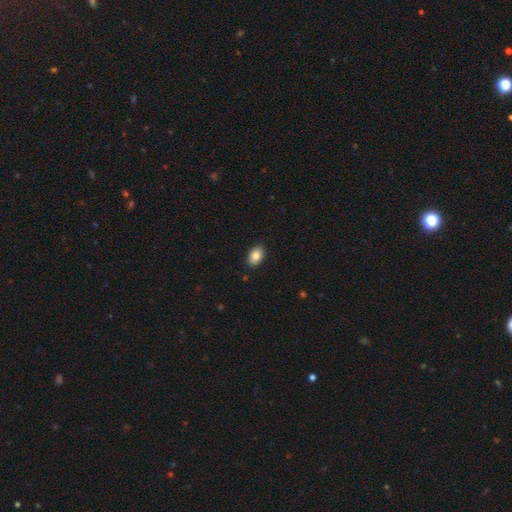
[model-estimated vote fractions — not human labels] smooth-or-featured: smooth: 85% | featured or disk: 8% | star or artifact: 8%
  how-rounded: in between: 89% | round: 9% | cigar-shaped: 1%
  merging: none: 88% | minor disturbance: 9% | major disturbance: 2% | merger: 1%